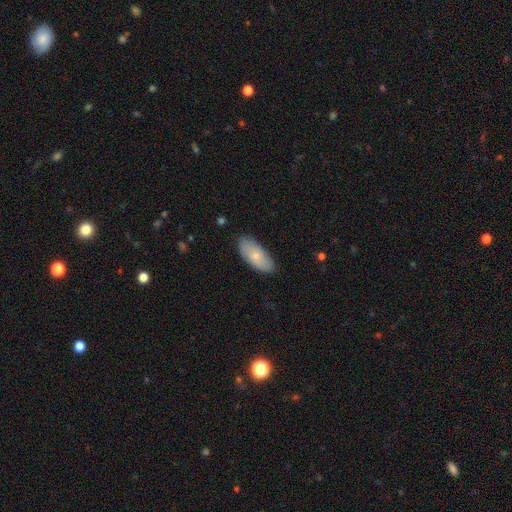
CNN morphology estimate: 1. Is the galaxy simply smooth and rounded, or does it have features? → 71% smooth, 23% featured or disk, 6% star or artifact.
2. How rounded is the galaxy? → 87% in between, 10% cigar-shaped, 2% round.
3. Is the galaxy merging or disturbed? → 82% none, 15% minor disturbance, 2% major disturbance, 1% merger.